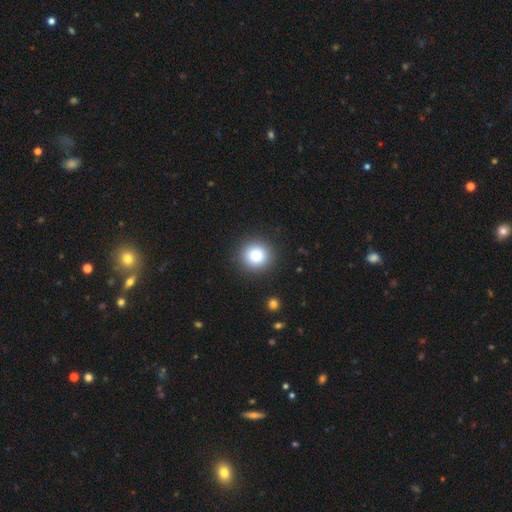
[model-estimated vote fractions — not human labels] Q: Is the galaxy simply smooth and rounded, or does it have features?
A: smooth — 79%.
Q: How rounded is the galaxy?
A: round — 94%.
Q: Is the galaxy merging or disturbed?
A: none — 91%.